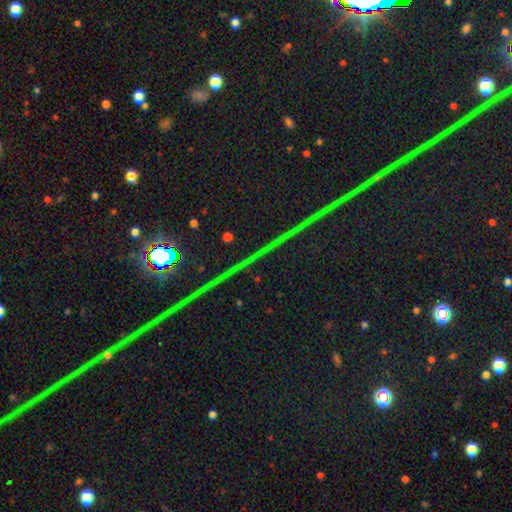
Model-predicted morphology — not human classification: Overall: star or artifact (82%).